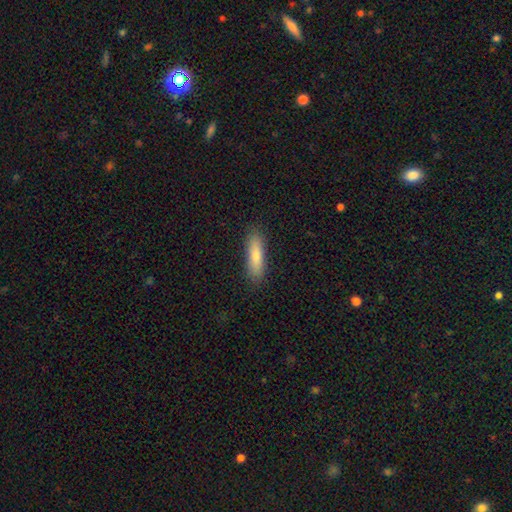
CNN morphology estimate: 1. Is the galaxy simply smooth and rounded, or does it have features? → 77% smooth, 16% featured or disk, 7% star or artifact.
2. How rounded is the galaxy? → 67% cigar-shaped, 31% in between, 2% round.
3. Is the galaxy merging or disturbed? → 88% none, 9% minor disturbance, 2% major disturbance, 1% merger.